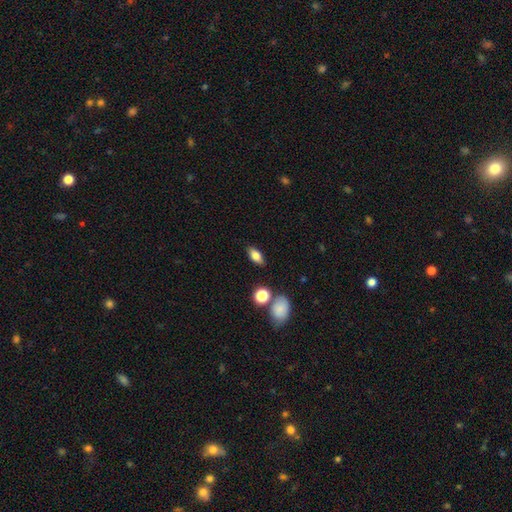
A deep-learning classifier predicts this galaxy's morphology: This is likely a smooth galaxy (76%). How rounded: clearly in between (81%). Merging: clearly none (83%).